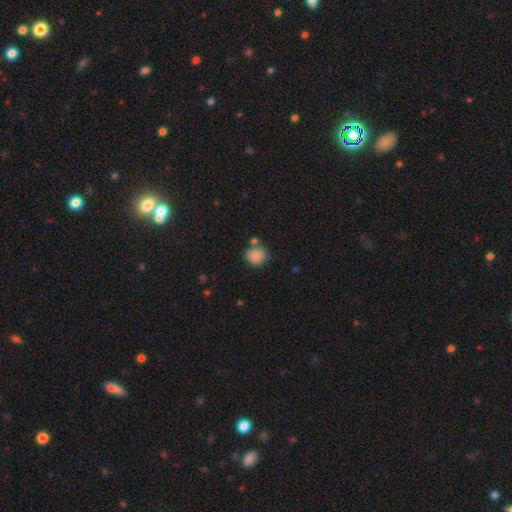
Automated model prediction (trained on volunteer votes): smooth 86%, star or artifact 9%, featured or disk 5%. Down the decision tree: how rounded — round (87%); merging — none (73%).